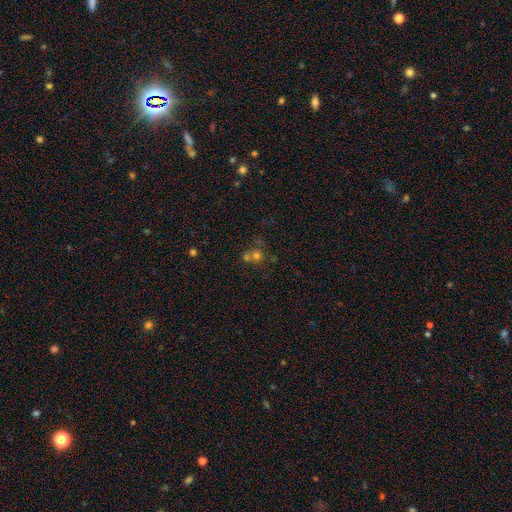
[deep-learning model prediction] A smooth galaxy with no disk features (52%) that is round (85%).

Vote fractions:
- Smooth or featured? smooth: 52% / star or artifact: 30% / featured or disk: 17%
- How rounded? round: 85% / in between: 14% / cigar-shaped: 1%
- Merging? none: 47% / merger: 41% / minor disturbance: 7% / major disturbance: 4%